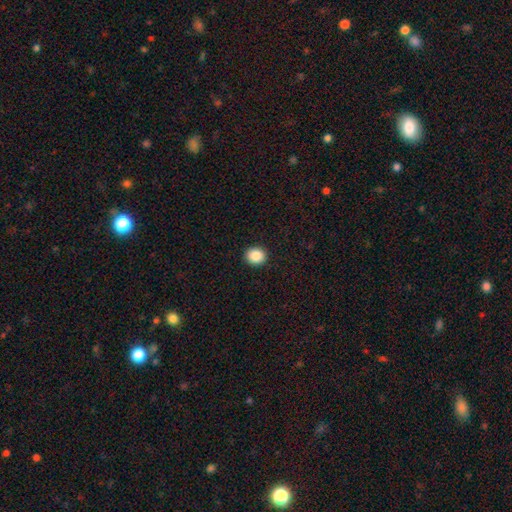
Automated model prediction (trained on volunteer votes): This is clearly a smooth galaxy (88%). How rounded: clearly round (83%). Merging: clearly none (93%).